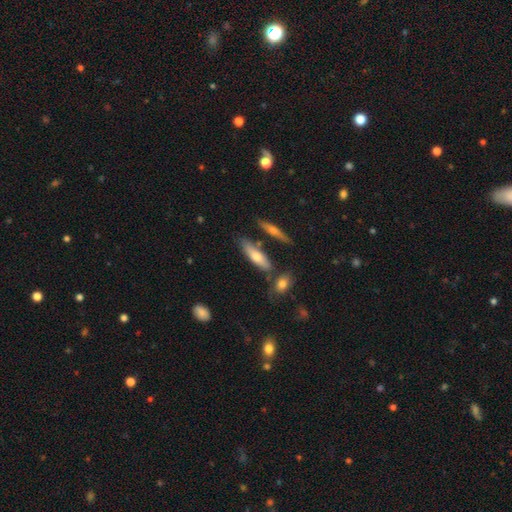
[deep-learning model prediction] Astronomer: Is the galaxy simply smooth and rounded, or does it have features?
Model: smooth — 49% (runner-up: featured or disk, 41%).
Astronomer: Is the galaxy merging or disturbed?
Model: none — 72%.